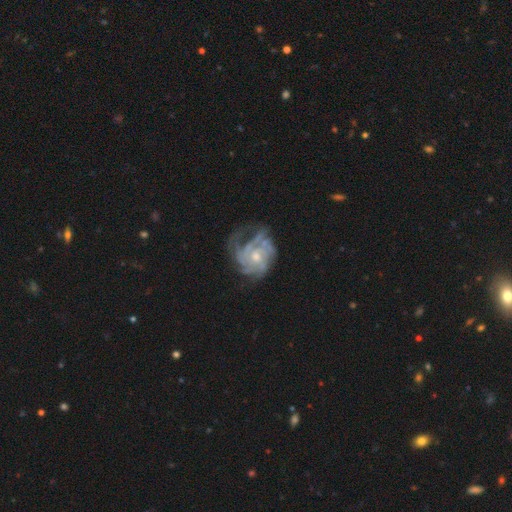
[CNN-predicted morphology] smooth-or-featured: featured or disk: 83% | smooth: 10% | star or artifact: 7%
  disk-edge-on: no: 98% | yes: 2%
    bar: no: 74% | weak: 22% | strong: 4%
    has-spiral-arms: yes: 90% | no: 10%
      spiral-winding: tight: 54% | medium: 34% | loose: 13%
      spiral-arm-count: can't tell: 40% | 4: 19% | 3: 16% | 2: 10% | more than 4: 9% | 1: 6%
    bulge-size: moderate: 56% | small: 36% | large: 4% | none: 3% | dominant: 1%
  merging: none: 45% | major disturbance: 29% | minor disturbance: 23% | merger: 3%